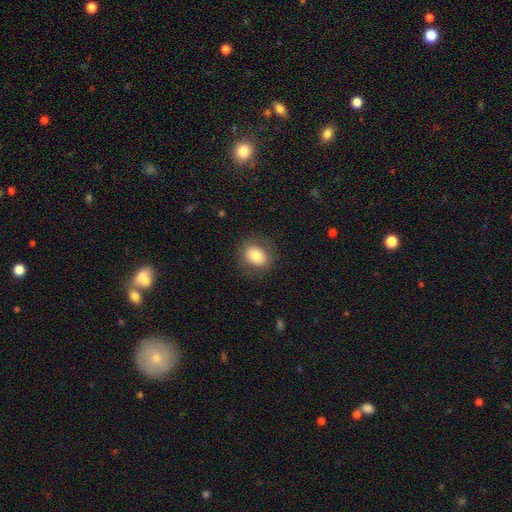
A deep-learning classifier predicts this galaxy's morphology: Smooth or featured? Predicted: smooth (p=0.76). How rounded? Predicted: round (p=0.57). Merging? Predicted: none (p=0.83).